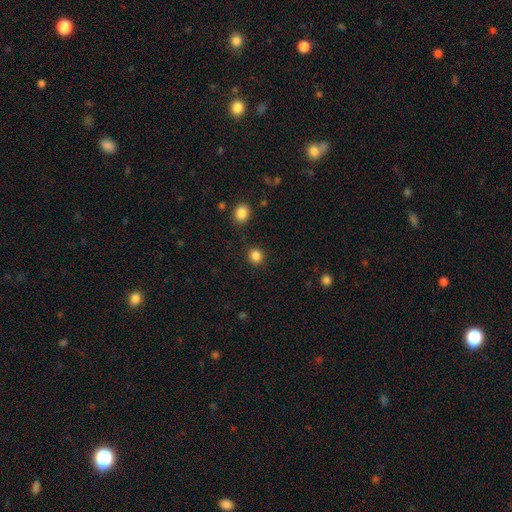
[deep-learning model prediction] smooth-or-featured: smooth: 85% | star or artifact: 11% | featured or disk: 3%
  how-rounded: round: 81% | in between: 18% | cigar-shaped: 1%
  merging: none: 89% | minor disturbance: 7% | major disturbance: 3% | merger: 2%